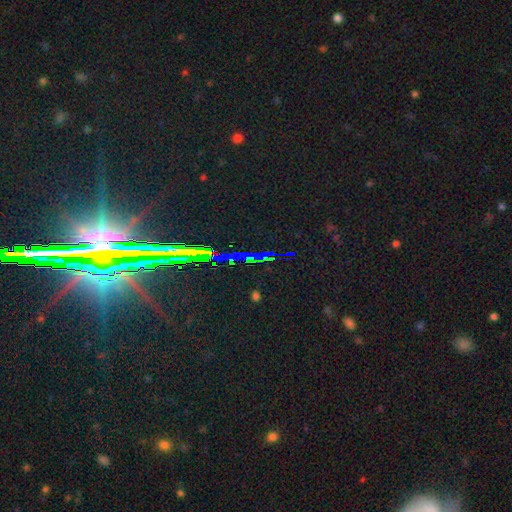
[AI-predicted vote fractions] Smooth or featured? Predicted: star or artifact (p=0.82).